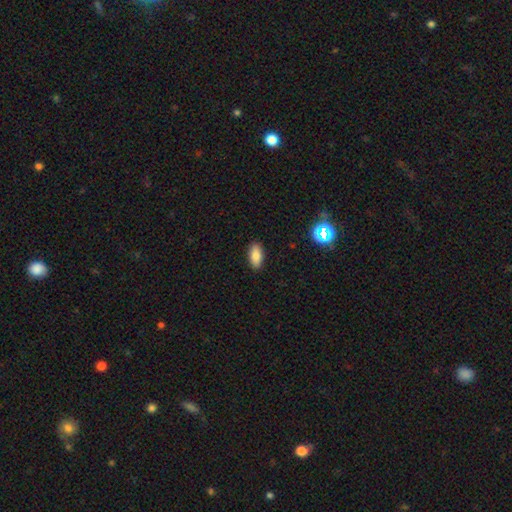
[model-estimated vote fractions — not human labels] smooth-or-featured: smooth: 84% | star or artifact: 9% | featured or disk: 7%
  how-rounded: in between: 89% | cigar-shaped: 8% | round: 3%
  merging: none: 89% | minor disturbance: 8% | major disturbance: 2% | merger: 1%